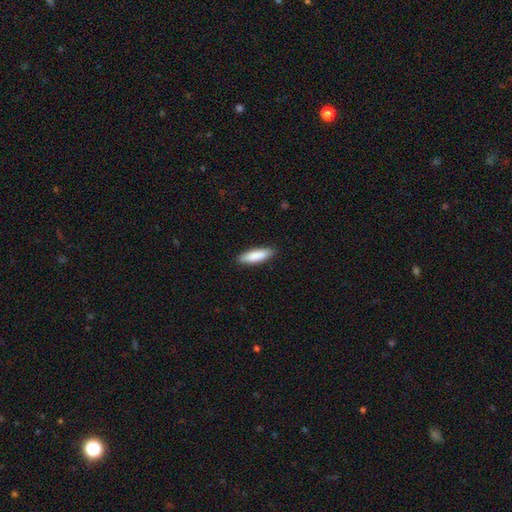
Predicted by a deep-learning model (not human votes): smooth 87%, featured or disk 8%, star or artifact 5%. Down the decision tree: how rounded — cigar-shaped (57%); merging — none (88%).